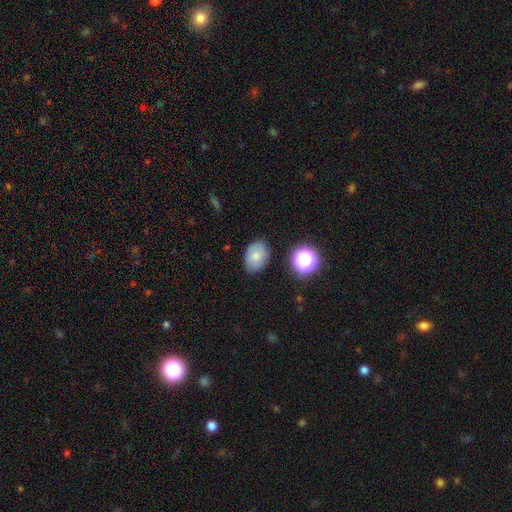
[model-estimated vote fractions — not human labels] smooth 73%, featured or disk 16%, star or artifact 11%. Down the decision tree: how rounded — in between (78%); merging — none (80%).